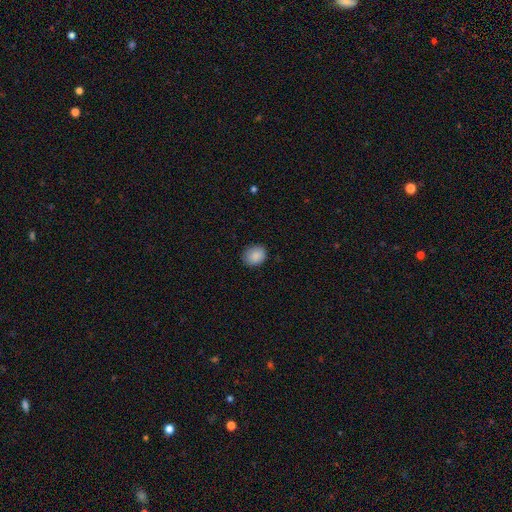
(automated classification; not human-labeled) A smooth galaxy with no disk features (87%) that is round (58%).

Vote fractions:
- Smooth or featured? smooth: 87% / star or artifact: 8% / featured or disk: 5%
- How rounded? round: 58% / in between: 41% / cigar-shaped: 1%
- Merging? none: 85% / minor disturbance: 11% / major disturbance: 2% / merger: 1%